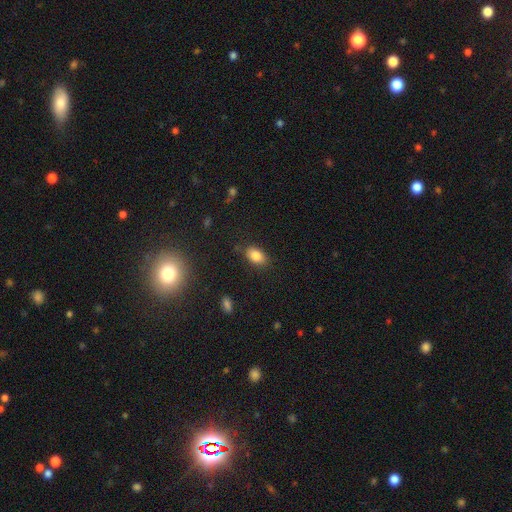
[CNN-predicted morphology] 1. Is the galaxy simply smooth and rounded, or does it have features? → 83% smooth, 9% star or artifact, 7% featured or disk.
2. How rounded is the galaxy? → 88% in between, 9% round, 2% cigar-shaped.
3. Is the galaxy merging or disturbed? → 81% none, 14% minor disturbance, 3% major disturbance, 2% merger.